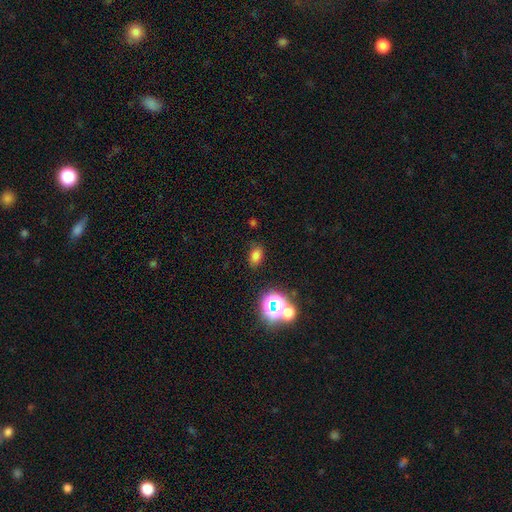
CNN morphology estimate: smooth 73%, star or artifact 21%, featured or disk 7%. Down the decision tree: how rounded — in between (79%); merging — none (82%).